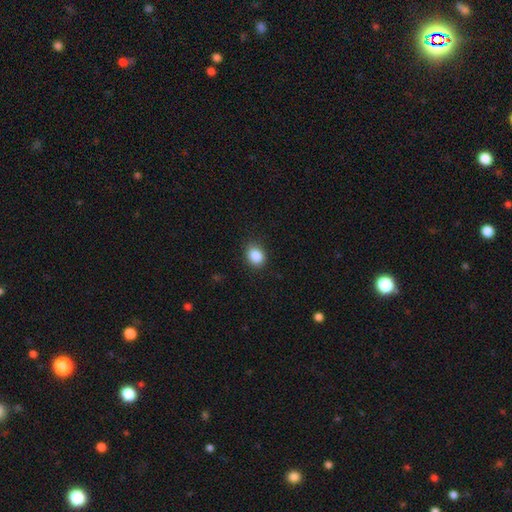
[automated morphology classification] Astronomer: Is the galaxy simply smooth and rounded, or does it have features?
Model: smooth — 87%.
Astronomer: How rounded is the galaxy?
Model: in between — 53% (runner-up: round, 46%).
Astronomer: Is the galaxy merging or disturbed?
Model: none — 84%.